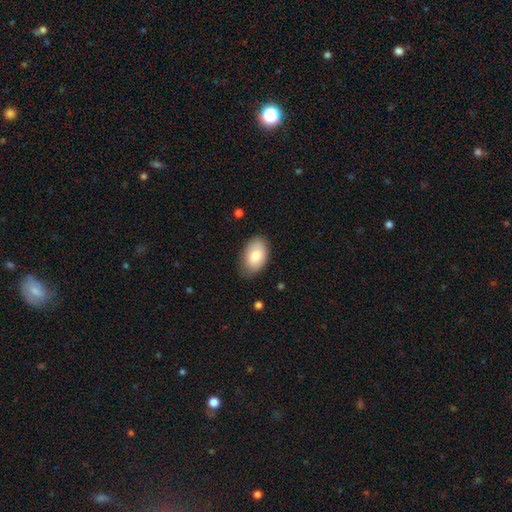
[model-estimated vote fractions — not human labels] This is likely a smooth galaxy (79%). How rounded: clearly in between (92%). Merging: likely none (76%).